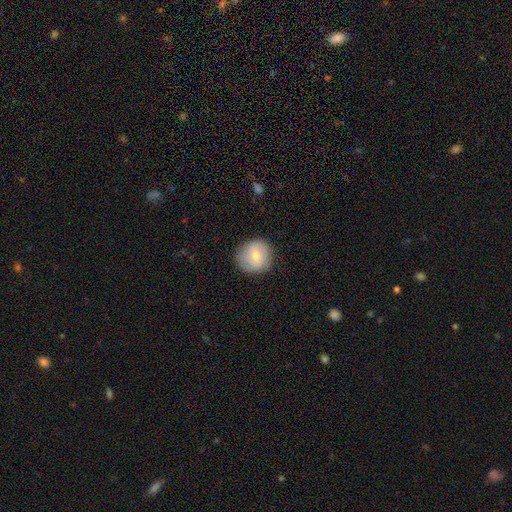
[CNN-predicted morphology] A smooth galaxy with no disk features (72%) that is round (91%). Merging: none (85%).